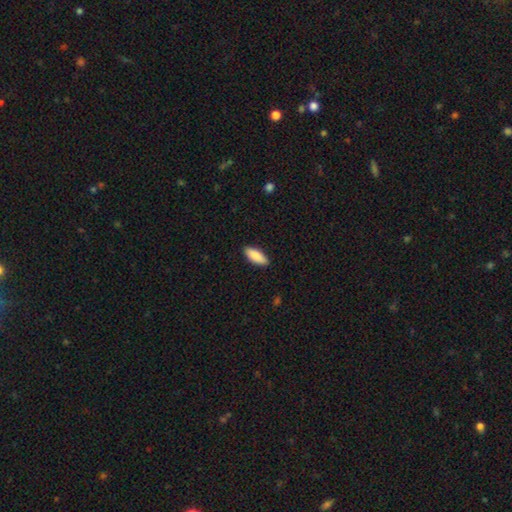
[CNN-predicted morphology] smooth-or-featured: smooth: 88% | featured or disk: 6% | star or artifact: 6%
  how-rounded: in between: 74% | cigar-shaped: 24% | round: 2%
  merging: none: 89% | minor disturbance: 9% | major disturbance: 2% | merger: 1%